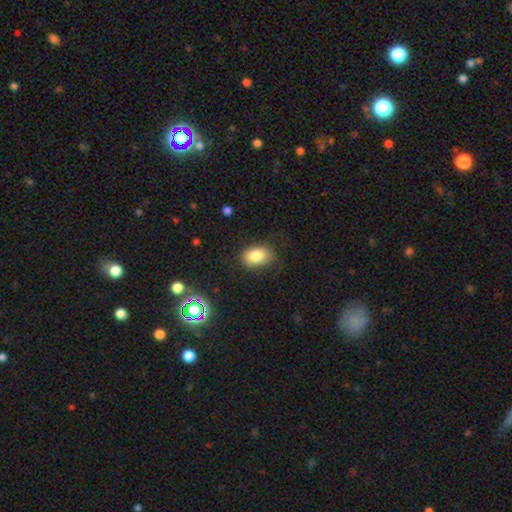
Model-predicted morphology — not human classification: type=smooth (83%); roundness=in between (81%); merging=none (76%).